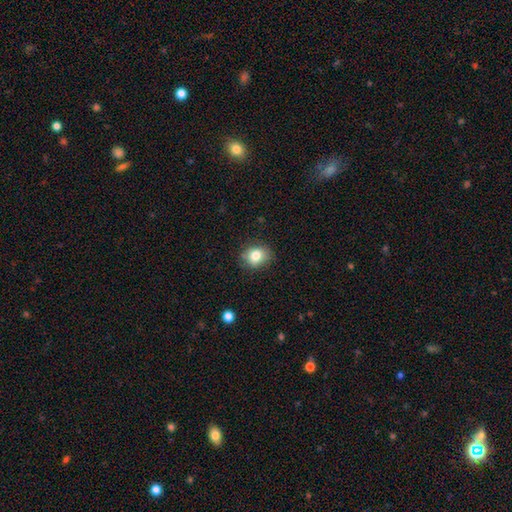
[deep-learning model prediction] smooth 81%, star or artifact 10%, featured or disk 9%. Down the decision tree: how rounded — round (64%); merging — none (78%).